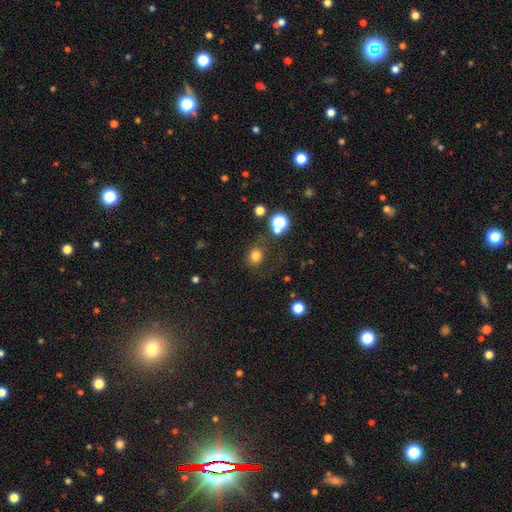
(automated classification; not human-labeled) Smooth or featured? smooth (77%)
How rounded? round (71%)
Merging? none (72%)